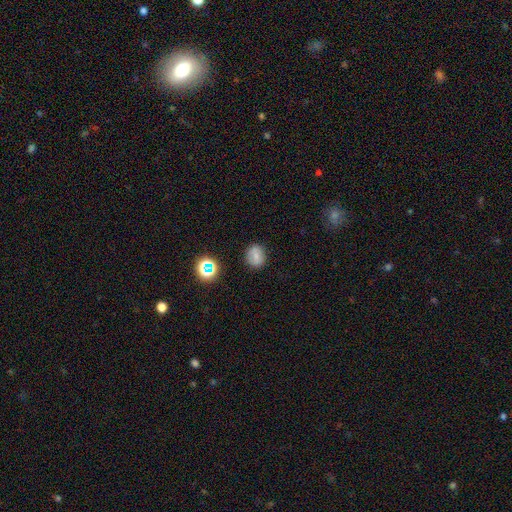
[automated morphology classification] type=smooth (67%); roundness=round (68%); merging=none (84%).